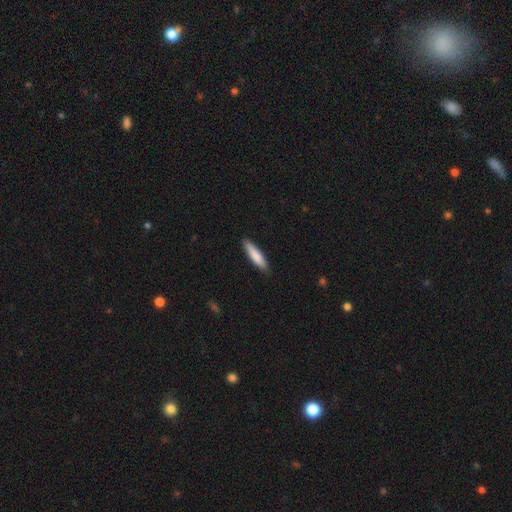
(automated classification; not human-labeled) Overall: smooth (82%). How rounded: cigar-shaped (80%). Merging: none (87%).